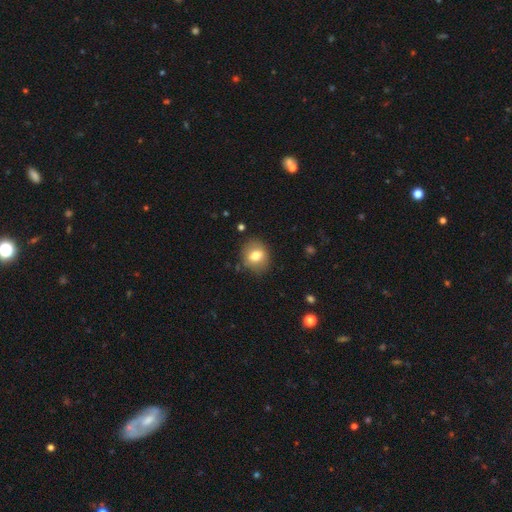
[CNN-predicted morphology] Overall: smooth (72%). How rounded: round (61%; in between 38%). Merging: none (82%).